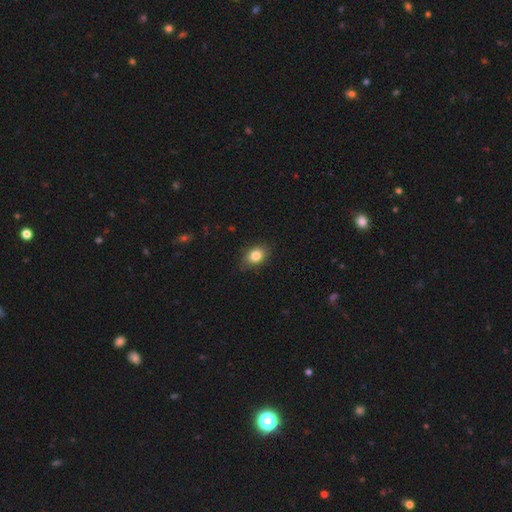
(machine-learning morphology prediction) This appears to be a smooth galaxy with no disk features (83%) that is in between round and cigar-shaped (75%). Merging: none (83%).